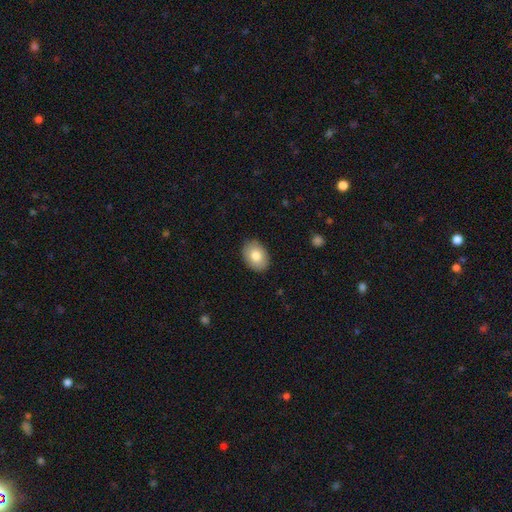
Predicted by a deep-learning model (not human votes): smooth_or_featured: smooth (p=0.81) [alt: featured or disk p=0.12]
how_rounded: in between (p=0.78) [alt: round p=0.21]
merging: none (p=0.87) [alt: minor disturbance p=0.10]